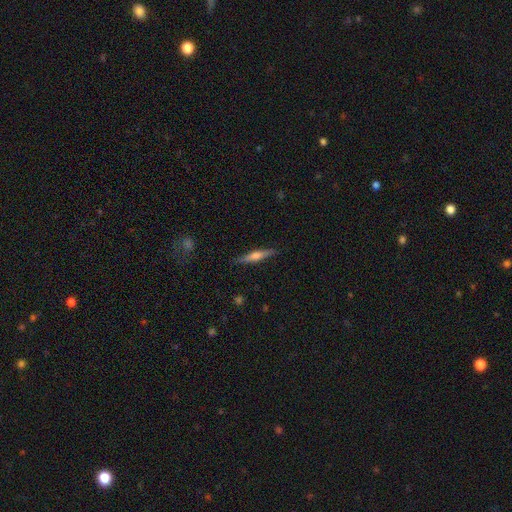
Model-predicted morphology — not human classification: Q: Smooth or featured?
A: featured or disk (58%); runner-up: smooth (36%)
Q: Edge-on disk?
A: yes (97%); runner-up: no (3%)
Q: Edge-on bulge?
A: rounded (81%); runner-up: boxy (11%)
Q: Merging?
A: none (88%); runner-up: minor disturbance (9%)